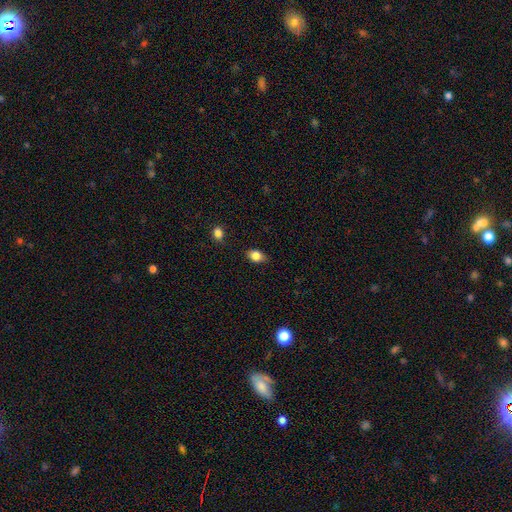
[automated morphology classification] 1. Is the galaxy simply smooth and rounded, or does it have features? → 83% smooth, 9% star or artifact, 8% featured or disk.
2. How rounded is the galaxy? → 75% in between, 23% round, 2% cigar-shaped.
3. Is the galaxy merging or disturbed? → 80% none, 16% minor disturbance, 3% major disturbance, 1% merger.